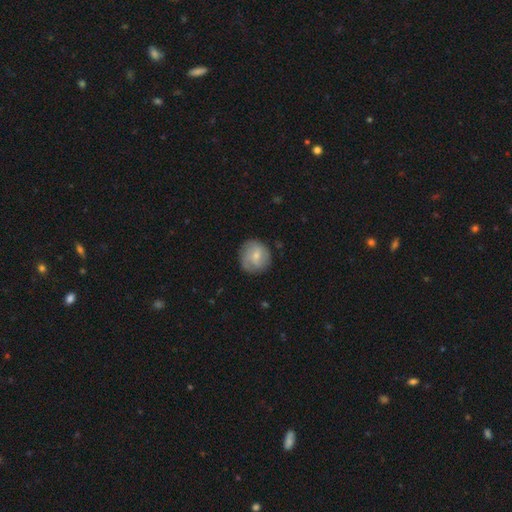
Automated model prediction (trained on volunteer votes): smooth_or_featured: smooth (p=0.56) [alt: featured or disk p=0.37]
how_rounded: round (p=0.89) [alt: in between p=0.10]
merging: none (p=0.77) [alt: minor disturbance p=0.17]